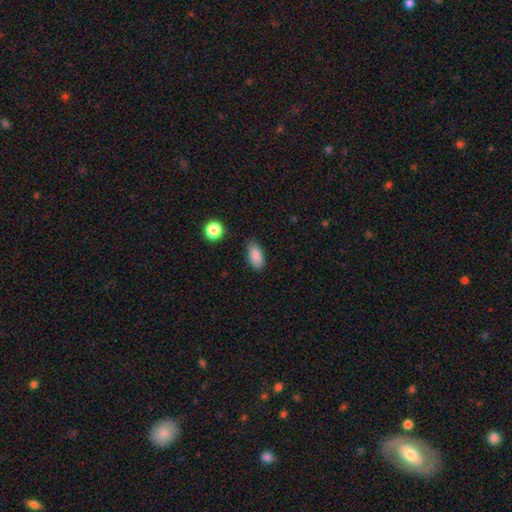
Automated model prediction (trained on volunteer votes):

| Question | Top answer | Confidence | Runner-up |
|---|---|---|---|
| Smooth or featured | smooth | 87% | star or artifact (9%) |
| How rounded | in between | 90% | cigar-shaped (6%) |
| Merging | none | 79% | minor disturbance (16%) |